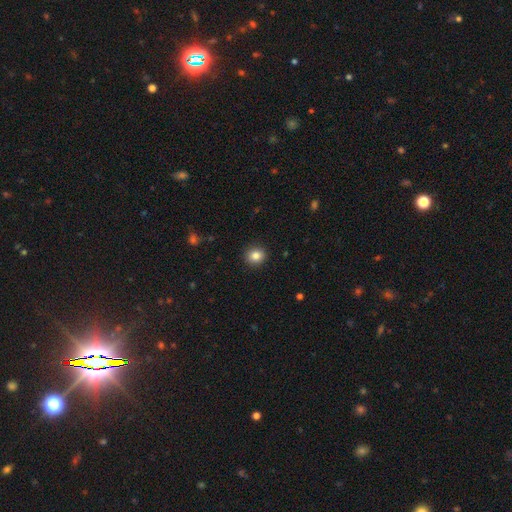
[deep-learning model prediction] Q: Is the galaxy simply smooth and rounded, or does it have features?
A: smooth — 84%.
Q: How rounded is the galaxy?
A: round — 82%.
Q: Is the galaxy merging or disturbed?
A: none — 92%.